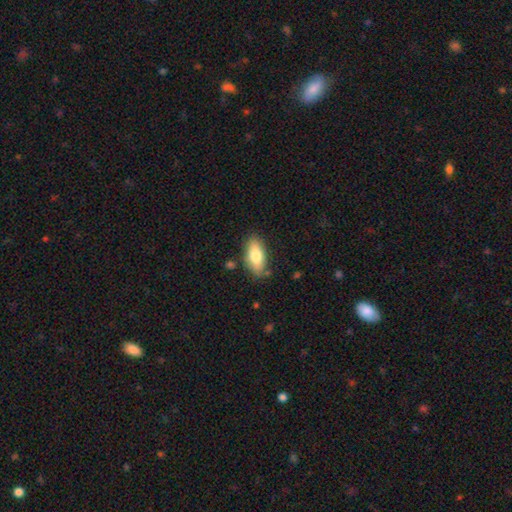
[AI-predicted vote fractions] Smooth or featured? Predicted: smooth (p=0.77). How rounded? Predicted: in between (p=0.85). Merging? Predicted: none (p=0.81).